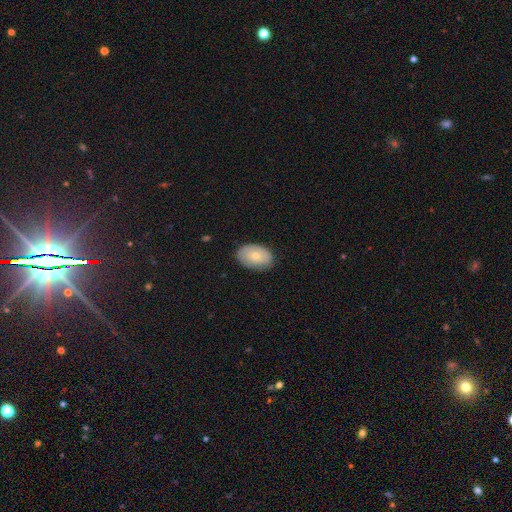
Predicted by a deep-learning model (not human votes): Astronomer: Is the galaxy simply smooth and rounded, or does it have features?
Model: smooth — 65%.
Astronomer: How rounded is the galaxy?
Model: in between — 87%.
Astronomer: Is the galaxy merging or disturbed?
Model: none — 81%.